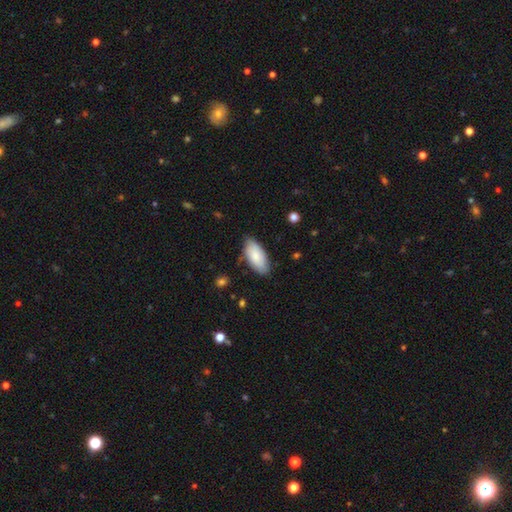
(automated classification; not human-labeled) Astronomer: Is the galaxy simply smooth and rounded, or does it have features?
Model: smooth — 81%.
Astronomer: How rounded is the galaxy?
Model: in between — 90%.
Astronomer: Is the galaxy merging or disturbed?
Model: none — 79%.